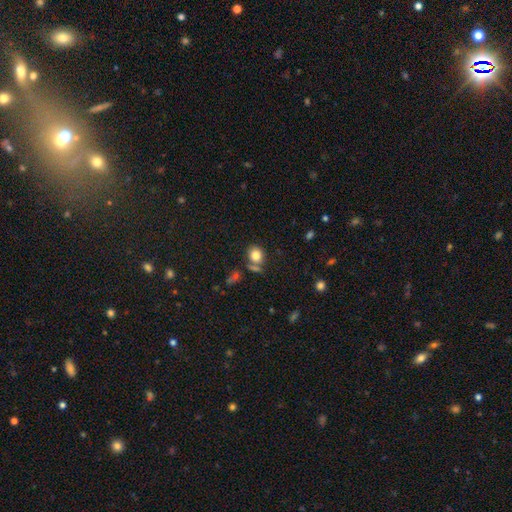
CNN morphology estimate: This appears to be a smooth galaxy with no disk features (81%) that is round (68%). Merging: none (66%).